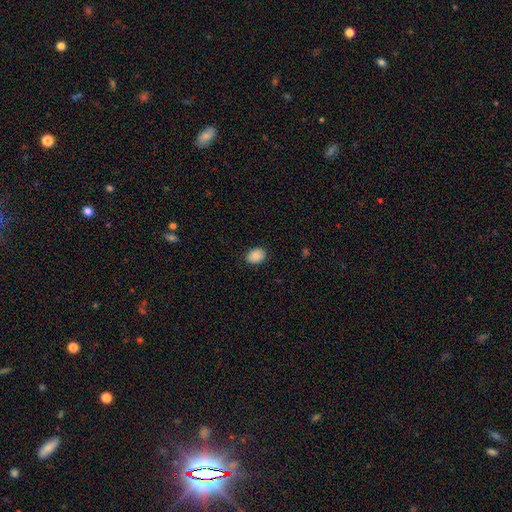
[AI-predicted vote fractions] Morphology: type=smooth (89%); roundness=in between (71%); merging=none (88%).